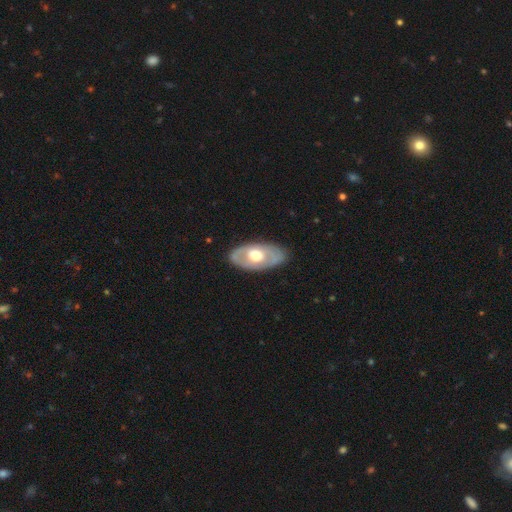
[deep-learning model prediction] Smooth or featured? Predicted: featured or disk (p=0.56). Edge-on disk? Predicted: no (p=0.86). Merging? Predicted: none (p=0.83).